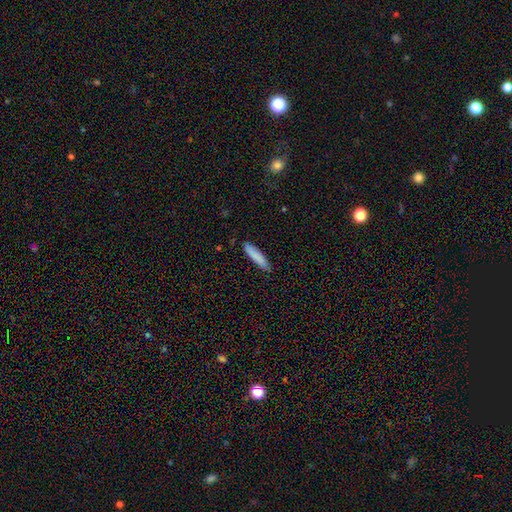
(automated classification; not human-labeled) smooth-or-featured: smooth: 85% | featured or disk: 9% | star or artifact: 6%
  how-rounded: cigar-shaped: 84% | in between: 15% | round: 1%
  merging: none: 87% | minor disturbance: 10% | major disturbance: 2% | merger: 1%